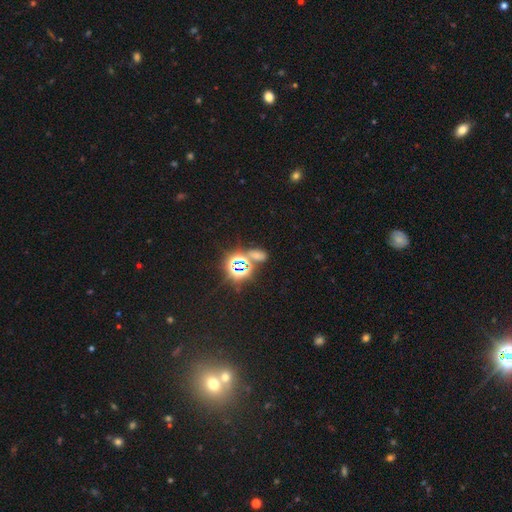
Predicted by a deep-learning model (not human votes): Smooth or featured? star or artifact (68%)